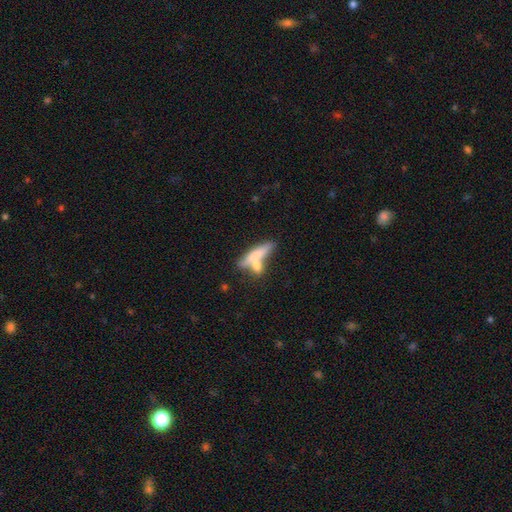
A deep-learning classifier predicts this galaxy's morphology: A smooth galaxy with no disk features (67%) that is cigar-shaped (67%).

Vote fractions:
- Smooth or featured? smooth: 67% / featured or disk: 26% / star or artifact: 6%
- How rounded? cigar-shaped: 67% / in between: 28% / round: 4%
- Merging? none: 43% / merger: 40% / minor disturbance: 12% / major disturbance: 5%